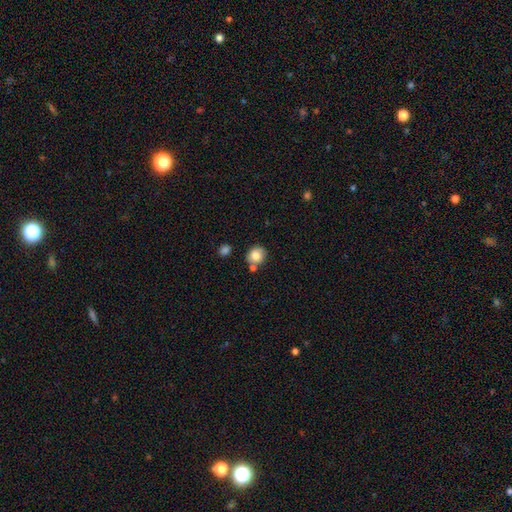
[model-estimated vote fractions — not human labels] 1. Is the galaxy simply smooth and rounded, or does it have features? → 81% smooth, 10% featured or disk, 9% star or artifact.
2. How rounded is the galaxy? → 81% round, 19% in between, 1% cigar-shaped.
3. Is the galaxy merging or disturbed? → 67% none, 15% merger, 14% minor disturbance, 4% major disturbance.